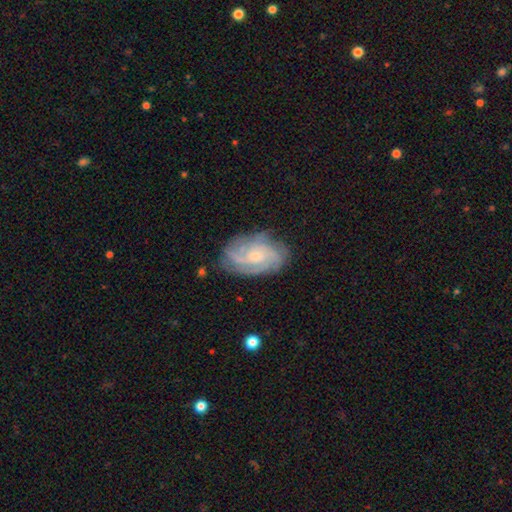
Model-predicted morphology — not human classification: featured or disk 85%, smooth 9%, star or artifact 6%. Down the decision tree: edge-on disk — no (97%); bar — no (69%); spiral arms — yes (97%); spiral arm count — 3 (32%); spiral winding — tight (57%); bulge size — small (65%); merging — none (76%).